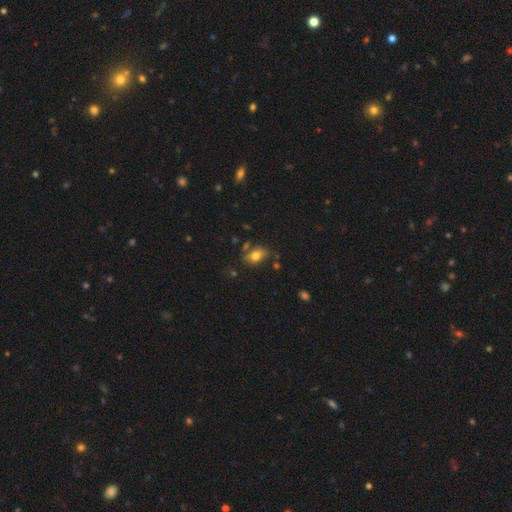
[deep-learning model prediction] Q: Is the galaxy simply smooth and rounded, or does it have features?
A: smooth — 74%.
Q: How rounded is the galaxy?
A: in between — 76%.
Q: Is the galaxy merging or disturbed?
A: none — 61%.